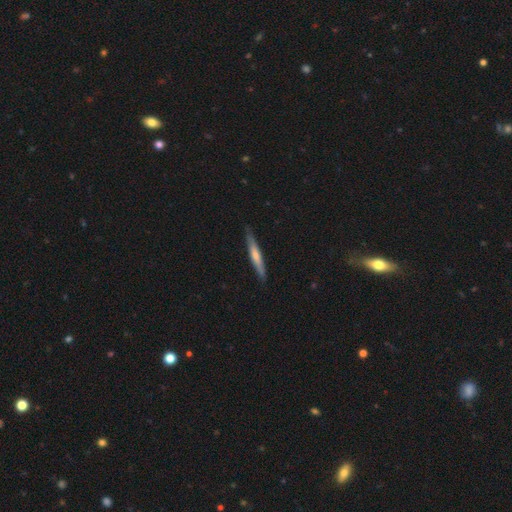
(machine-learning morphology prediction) Smooth or featured: smooth — 55% (featured or disk — 40%)
How rounded: cigar-shaped — 94% (in between — 5%)
Merging: none — 87% (minor disturbance — 11%)